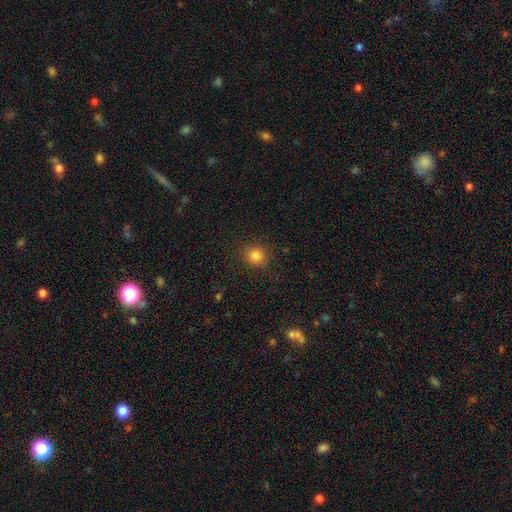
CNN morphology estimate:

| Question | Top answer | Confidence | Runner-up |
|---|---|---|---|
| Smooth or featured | smooth | 83% | star or artifact (12%) |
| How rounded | round | 89% | in between (10%) |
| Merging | none | 88% | minor disturbance (8%) |